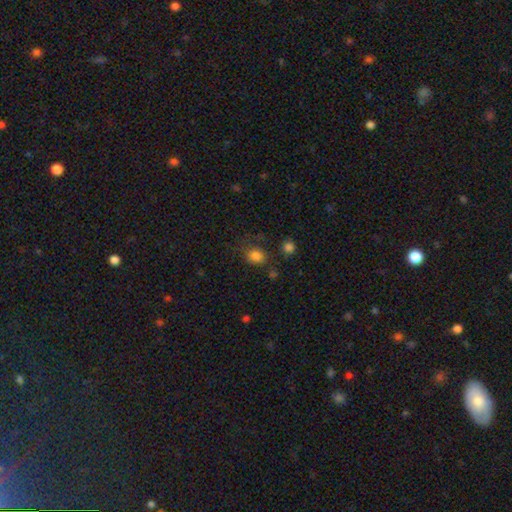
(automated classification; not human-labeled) The model was most divided on "how rounded": round: 66%, in between: 33%, cigar-shaped: 1%. More confident: smooth or featured — smooth (81%); merging — none (67%).